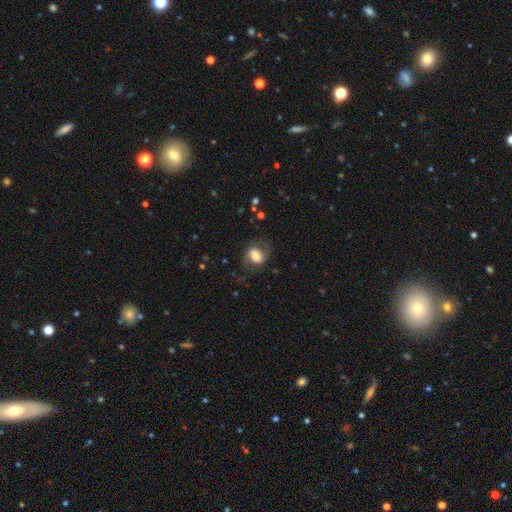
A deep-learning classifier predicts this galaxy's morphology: This appears to be a smooth galaxy with no disk features (54%) that is in between round and cigar-shaped (63%). Merging: none (64%).